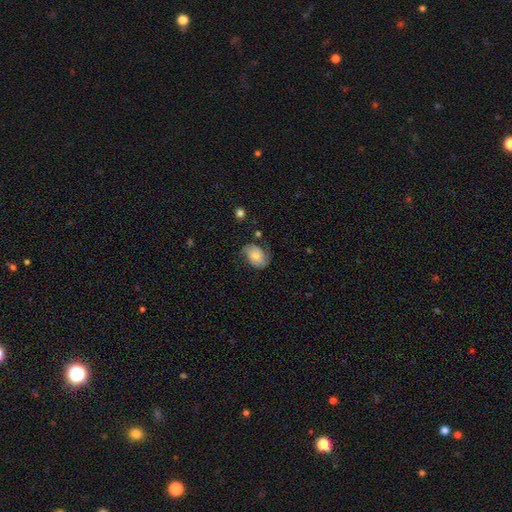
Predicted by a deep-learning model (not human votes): This is possibly a smooth galaxy (51%). How rounded: likely in between (76%). Merging: possibly none (59%).